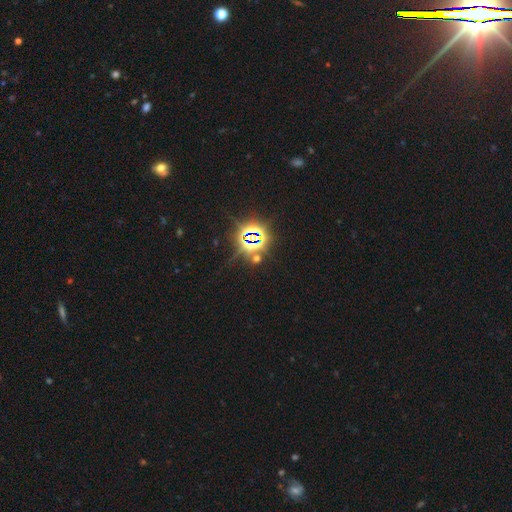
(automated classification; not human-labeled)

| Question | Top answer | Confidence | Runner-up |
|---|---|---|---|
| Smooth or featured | star or artifact | 82% | smooth (10%) |